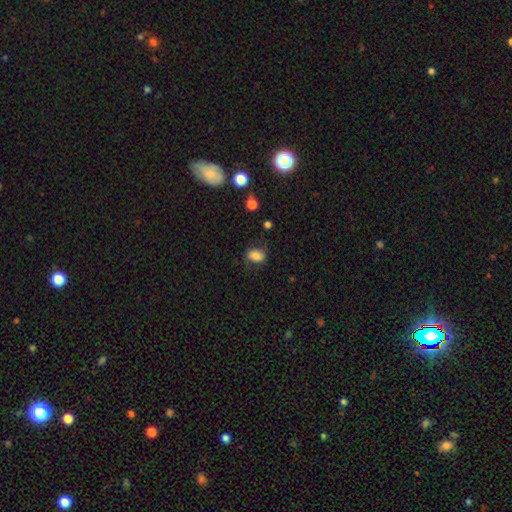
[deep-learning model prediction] Smooth or featured: smooth — 75% (featured or disk — 15%)
How rounded: in between — 81% (round — 18%)
Merging: none — 66% (minor disturbance — 22%)